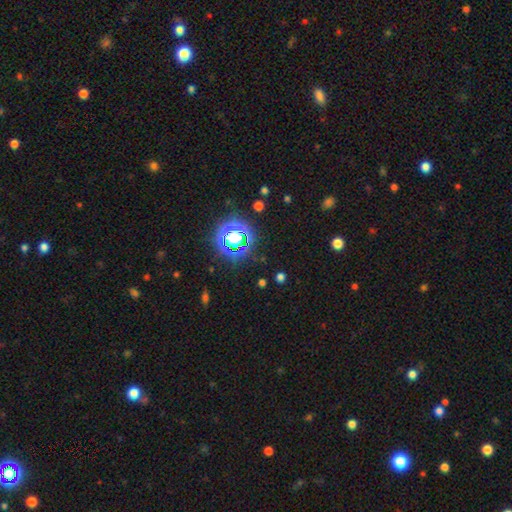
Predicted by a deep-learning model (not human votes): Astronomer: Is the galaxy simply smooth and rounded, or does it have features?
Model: star or artifact — 74%.